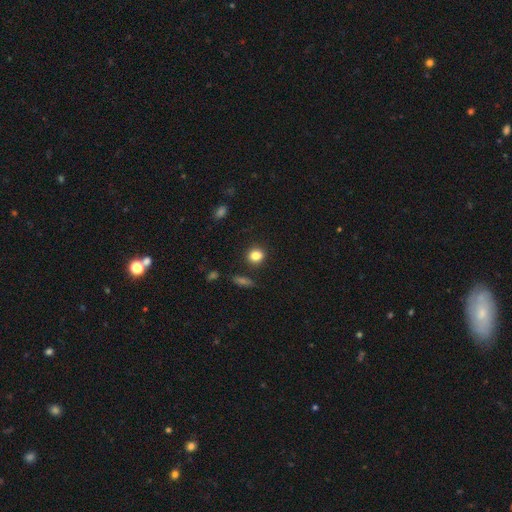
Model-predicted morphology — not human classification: smooth-or-featured: smooth: 84% | star or artifact: 10% | featured or disk: 6%
  how-rounded: round: 74% | in between: 24% | cigar-shaped: 2%
  merging: none: 86% | minor disturbance: 8% | merger: 3% | major disturbance: 2%